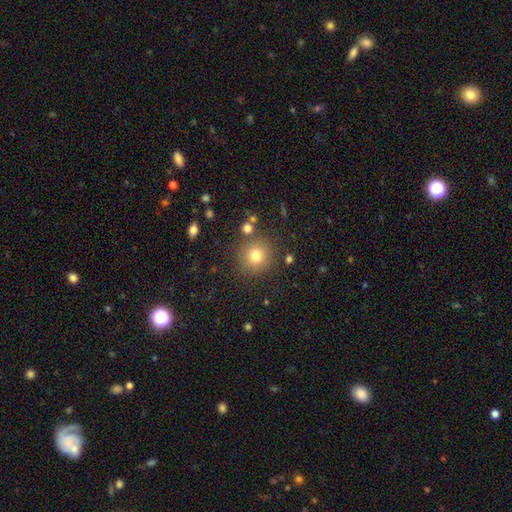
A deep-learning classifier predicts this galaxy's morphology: A smooth galaxy with no disk features (77%) that is round (93%). Merging: none (85%).